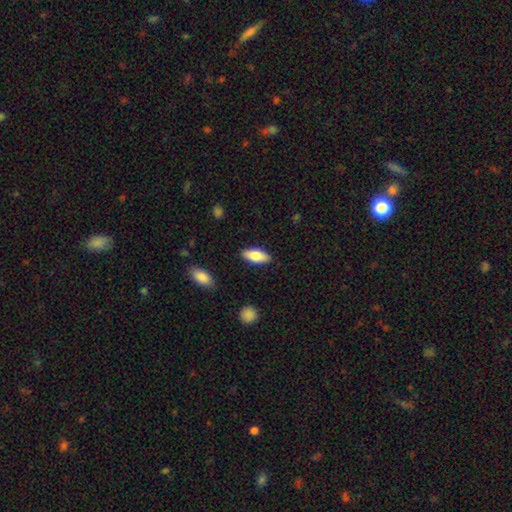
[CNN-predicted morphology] Smooth or featured? smooth (77%)
How rounded? in between (85%)
Merging? none (87%)